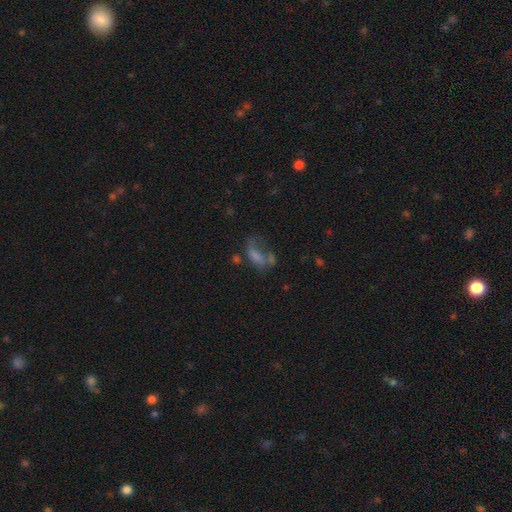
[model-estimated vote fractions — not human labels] Morphology: type=smooth (50%); roundness=in between (78%); merging=major disturbance (37%).